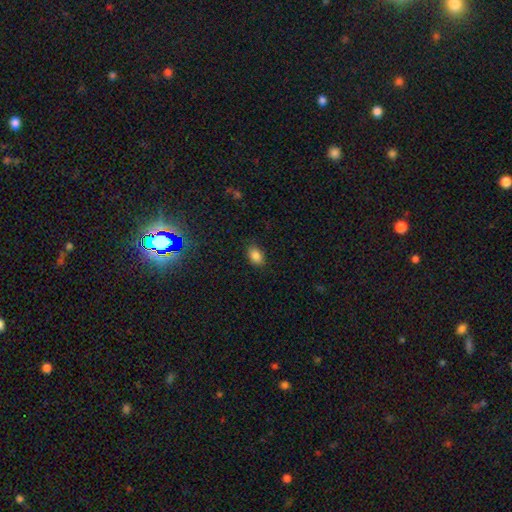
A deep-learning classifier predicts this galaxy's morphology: The model was most divided on "how rounded": in between: 83%, round: 16%, cigar-shaped: 1%. More confident: smooth or featured — smooth (85%); merging — none (84%).